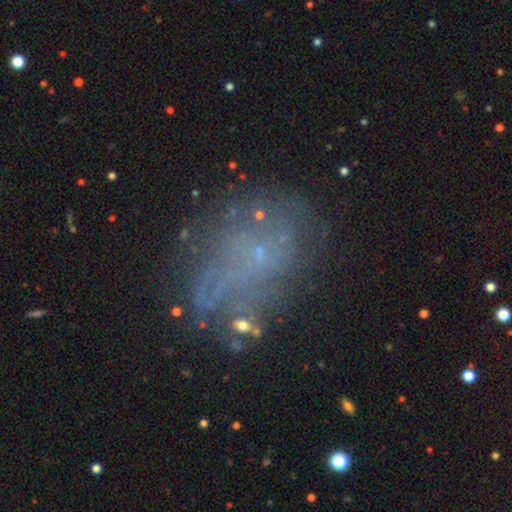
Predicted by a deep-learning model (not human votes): smooth-or-featured: featured or disk: 45% | smooth: 30% | star or artifact: 25%
  merging: none: 58% | minor disturbance: 19% | major disturbance: 17% | merger: 5%